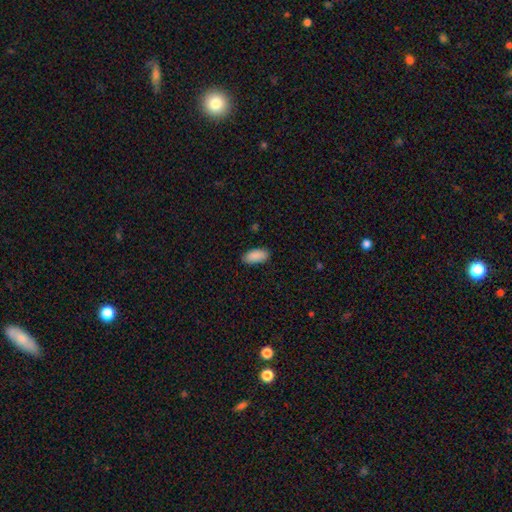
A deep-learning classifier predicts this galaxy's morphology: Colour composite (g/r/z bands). It shows a smooth galaxy with no disk features (91%) that is in between round and cigar-shaped (93%). Merging: none (86%).